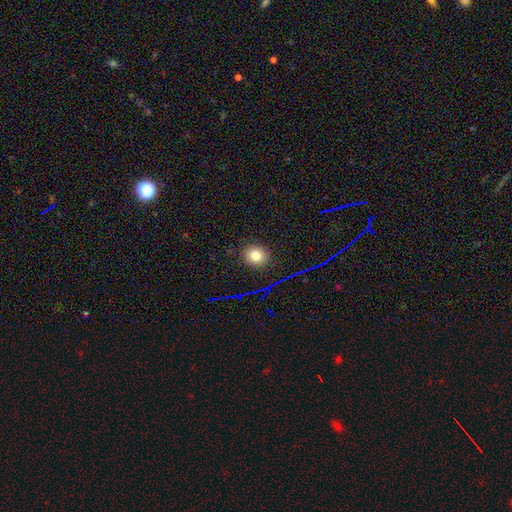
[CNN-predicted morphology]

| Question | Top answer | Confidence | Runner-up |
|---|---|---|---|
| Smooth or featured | smooth | 76% | star or artifact (16%) |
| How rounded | round | 76% | in between (23%) |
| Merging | none | 89% | minor disturbance (8%) |